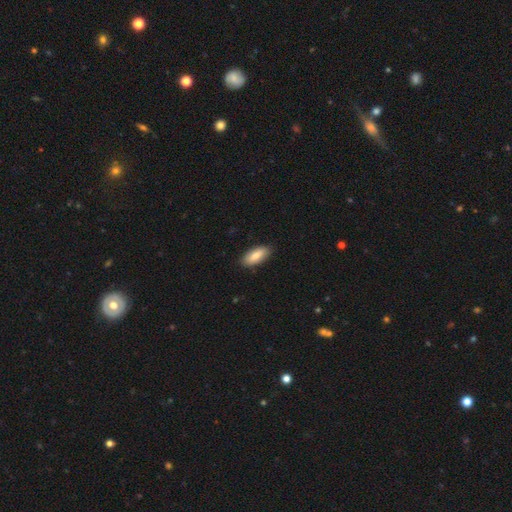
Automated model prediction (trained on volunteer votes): A smooth galaxy with no disk features (82%) that is in between round and cigar-shaped (83%).

Vote fractions:
- Smooth or featured? smooth: 82% / featured or disk: 13% / star or artifact: 6%
- How rounded? in between: 83% / cigar-shaped: 15% / round: 2%
- Merging? none: 87% / minor disturbance: 10% / major disturbance: 2% / merger: 1%